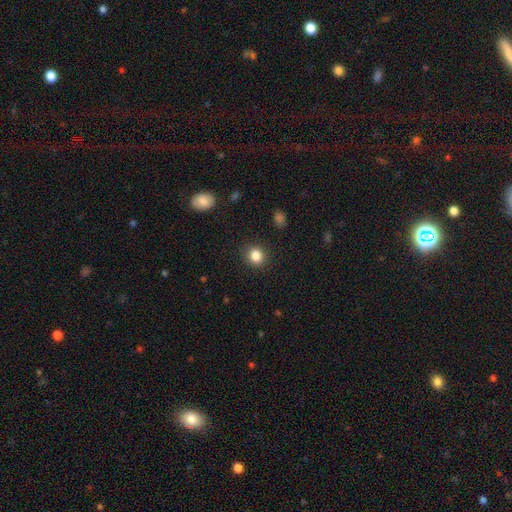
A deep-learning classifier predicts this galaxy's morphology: A smooth galaxy with no disk features (85%) that is round (74%).

Vote fractions:
- Smooth or featured? smooth: 85% / star or artifact: 11% / featured or disk: 5%
- How rounded? round: 74% / in between: 25% / cigar-shaped: 1%
- Merging? none: 89% / minor disturbance: 8% / major disturbance: 3% / merger: 1%